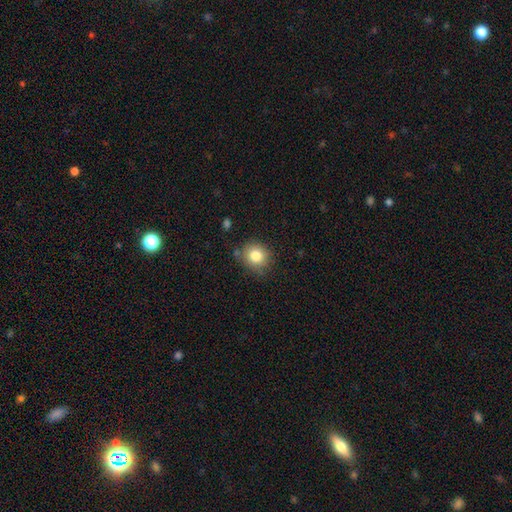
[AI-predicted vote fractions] This appears to be a smooth galaxy with no disk features (82%) that is round (80%). Merging: none (79%).